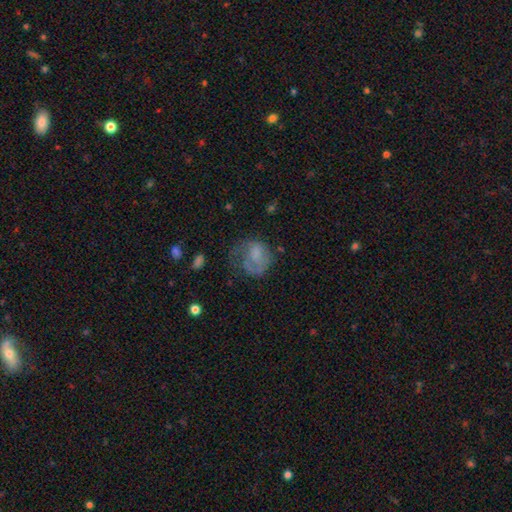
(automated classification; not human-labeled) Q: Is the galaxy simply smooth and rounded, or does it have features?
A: smooth — 50%.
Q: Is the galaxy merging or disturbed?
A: major disturbance — 39%.